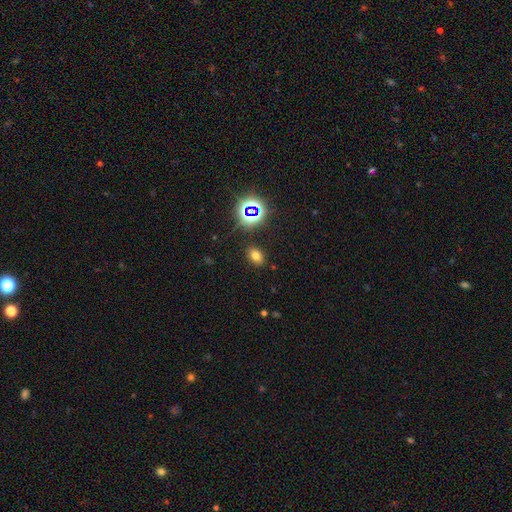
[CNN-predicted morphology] The model was most divided on "smooth or featured": smooth: 67%, star or artifact: 24%, featured or disk: 9%. More confident: merging — none (85%); how rounded — in between (78%).